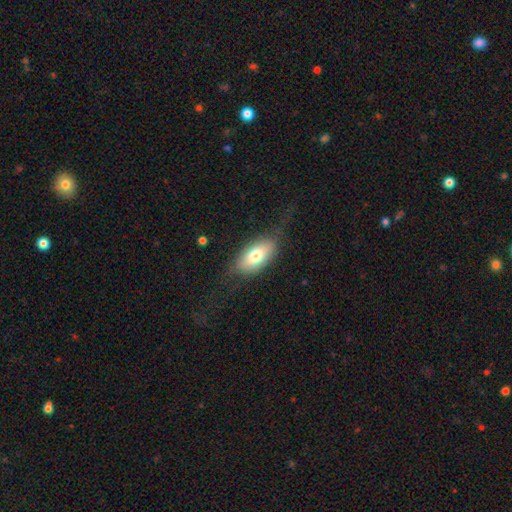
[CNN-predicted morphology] This is likely a smooth galaxy (72%). How rounded: clearly in between (89%). Merging: likely none (70%).